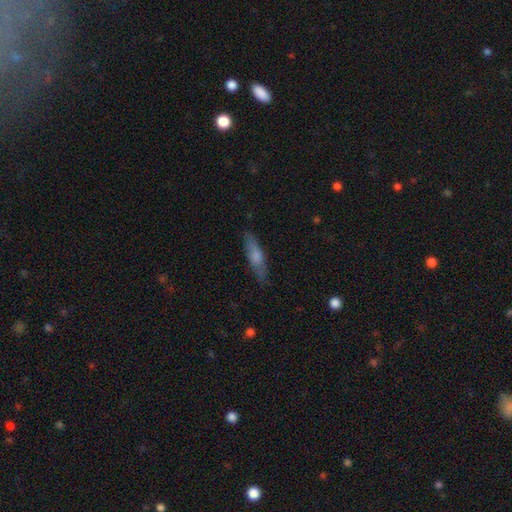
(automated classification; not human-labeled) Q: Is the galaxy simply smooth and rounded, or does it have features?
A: smooth — 62%.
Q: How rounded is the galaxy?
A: cigar-shaped — 67%.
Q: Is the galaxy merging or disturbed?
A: none — 78%.